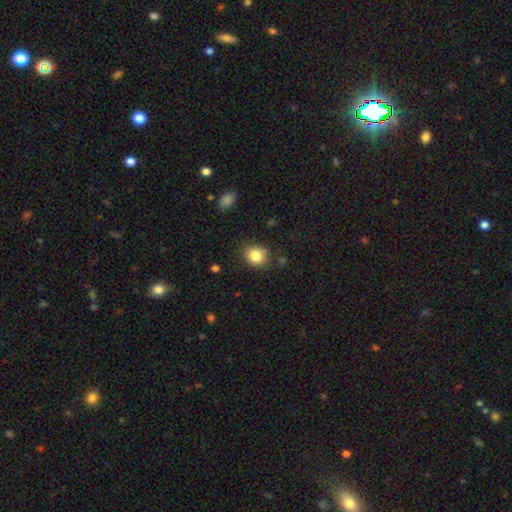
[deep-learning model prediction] A smooth galaxy with no disk features (84%) that is round (63%). Merging: none (80%).